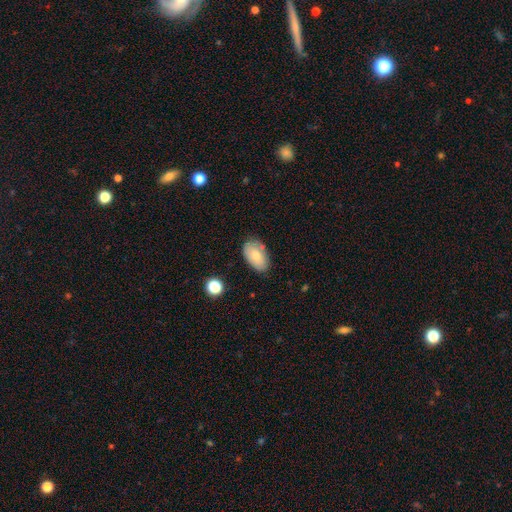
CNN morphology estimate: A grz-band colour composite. It shows a smooth galaxy with no disk features (77%) that is in between round and cigar-shaped (93%). Merging: none (73%).